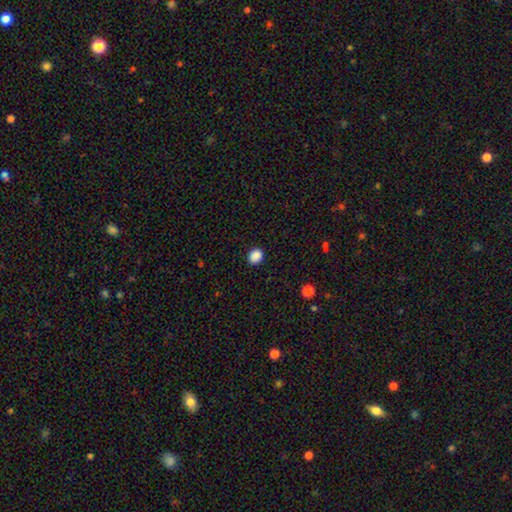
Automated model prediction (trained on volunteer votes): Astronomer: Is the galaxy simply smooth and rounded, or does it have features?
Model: smooth — 88%.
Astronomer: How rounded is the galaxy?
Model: round — 61% (runner-up: in between, 38%).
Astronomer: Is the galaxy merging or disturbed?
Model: none — 89%.